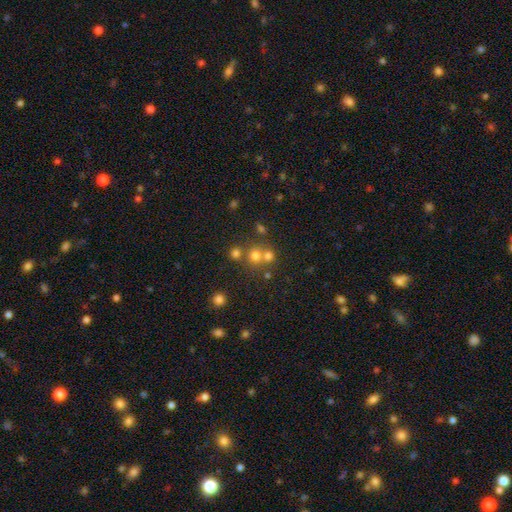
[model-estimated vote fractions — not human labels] This is likely a smooth galaxy (67%). How rounded: clearly round (88%). Merging: possibly none (55%).